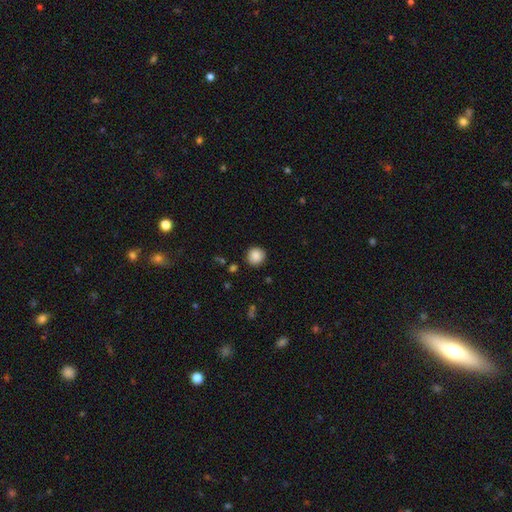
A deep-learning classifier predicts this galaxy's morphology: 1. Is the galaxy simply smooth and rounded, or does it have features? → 87% smooth, 9% star or artifact, 4% featured or disk.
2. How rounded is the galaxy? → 93% round, 6% in between, 1% cigar-shaped.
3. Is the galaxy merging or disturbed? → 89% none, 7% minor disturbance, 2% major disturbance, 1% merger.